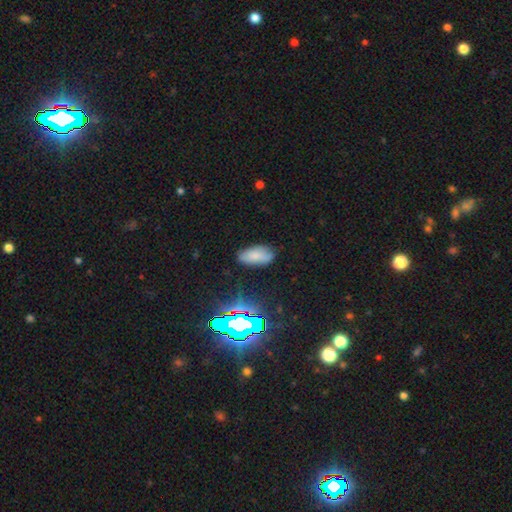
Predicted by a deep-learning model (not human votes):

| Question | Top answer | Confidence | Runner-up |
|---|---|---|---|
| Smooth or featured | smooth | 73% | star or artifact (15%) |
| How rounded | in between | 90% | cigar-shaped (8%) |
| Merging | none | 77% | minor disturbance (17%) |